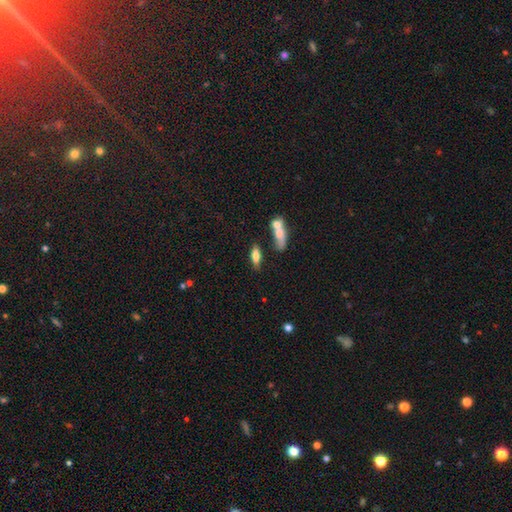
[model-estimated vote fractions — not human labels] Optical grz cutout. It shows a smooth galaxy with no disk features (72%) that is in between round and cigar-shaped (64%). Merging: none (64%).